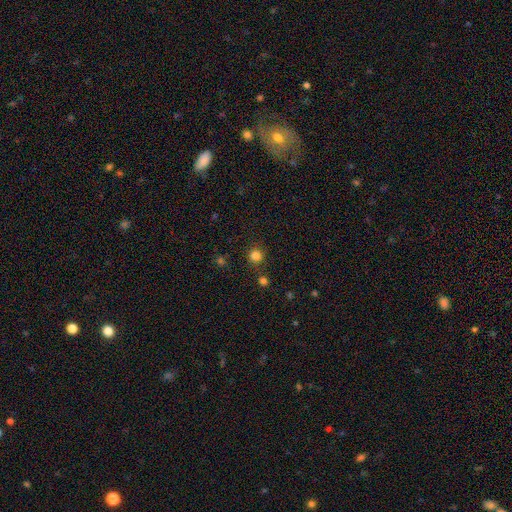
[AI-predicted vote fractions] smooth-or-featured: smooth: 81% | star or artifact: 15% | featured or disk: 4%
  how-rounded: round: 93% | in between: 6% | cigar-shaped: 1%
  merging: none: 84% | minor disturbance: 8% | merger: 5% | major disturbance: 3%